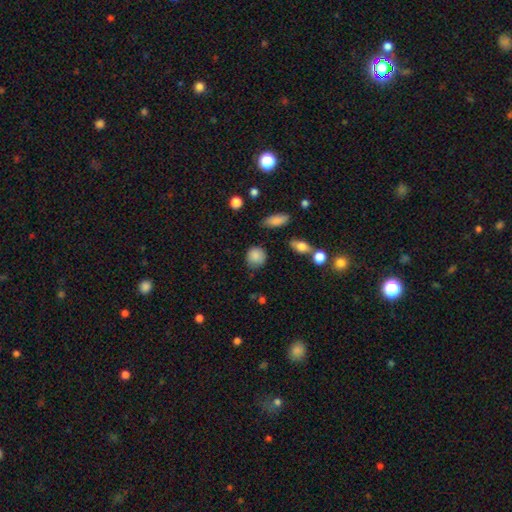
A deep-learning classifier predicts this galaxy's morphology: type=smooth (84%); roundness=round (84%); merging=none (74%).